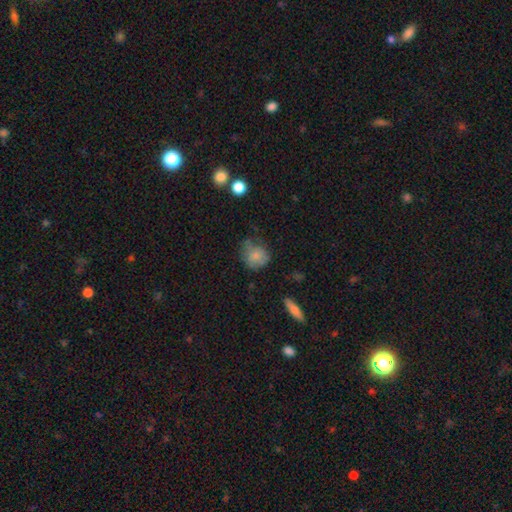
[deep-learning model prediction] This appears to be a smooth galaxy with no disk features (75%) that is round (74%). Merging: none (48%).